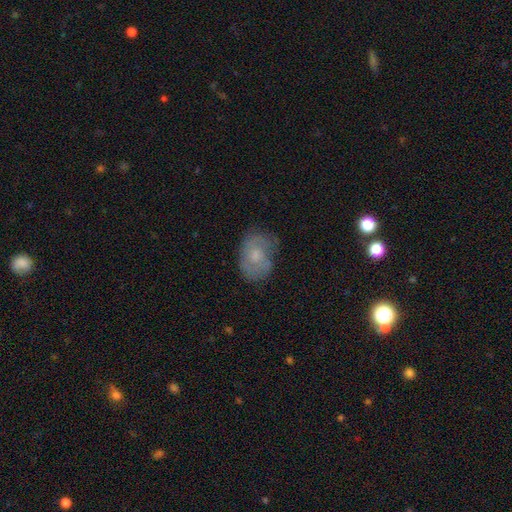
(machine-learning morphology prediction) Q: Smooth or featured?
A: smooth (46%); runner-up: featured or disk (45%)
Q: Merging?
A: none (65%); runner-up: minor disturbance (24%)